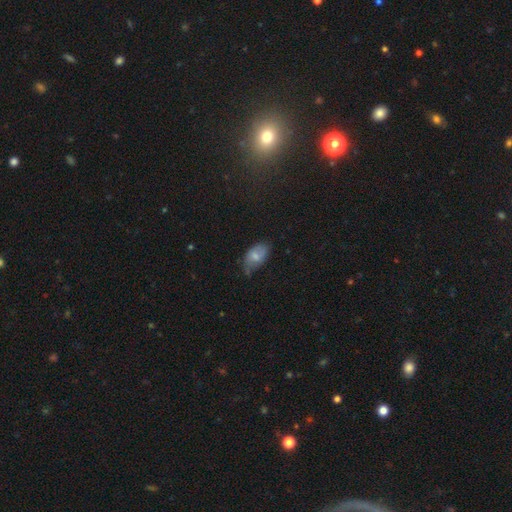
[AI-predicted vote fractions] Smooth or featured? smooth (69%)
How rounded? in between (92%)
Merging? none (52%)